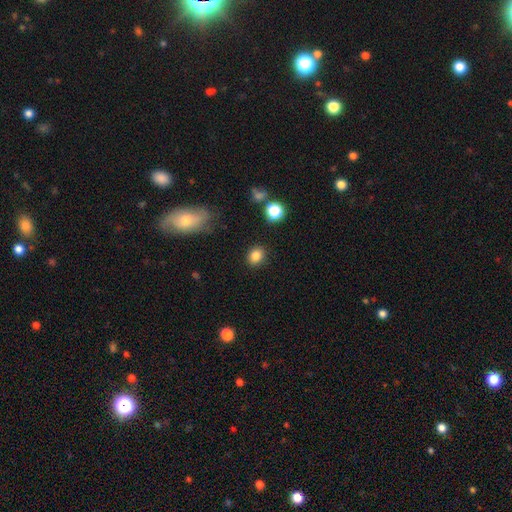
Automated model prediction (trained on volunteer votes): This is clearly a smooth galaxy (84%). How rounded: possibly round (56%). Merging: clearly none (87%).